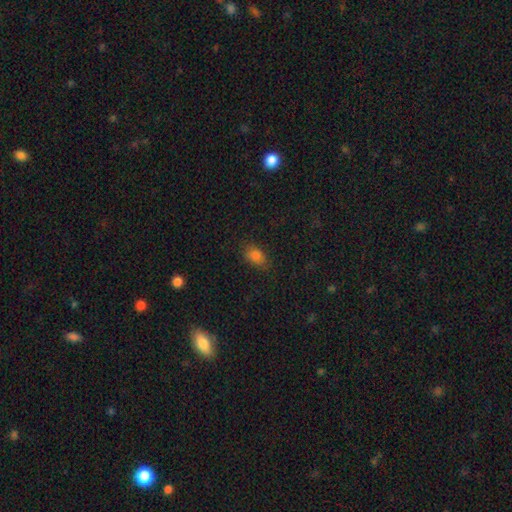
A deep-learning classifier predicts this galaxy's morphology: Q: Smooth or featured?
A: smooth (82%); runner-up: star or artifact (12%)
Q: How rounded?
A: in between (83%); runner-up: round (15%)
Q: Merging?
A: none (81%); runner-up: minor disturbance (14%)